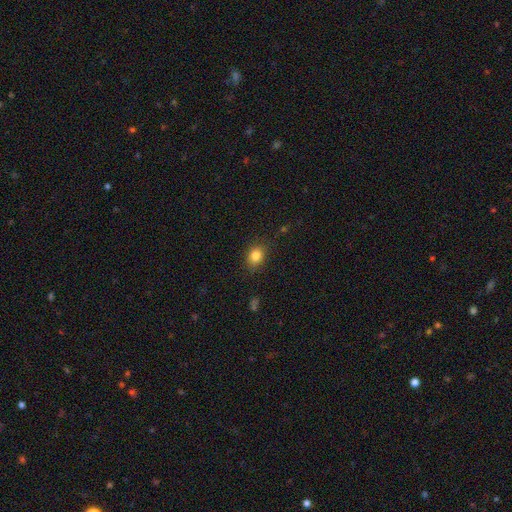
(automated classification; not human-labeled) Smooth or featured: smooth — 83% (star or artifact — 11%)
How rounded: round — 50% (in between — 49%)
Merging: none — 85% (minor disturbance — 11%)